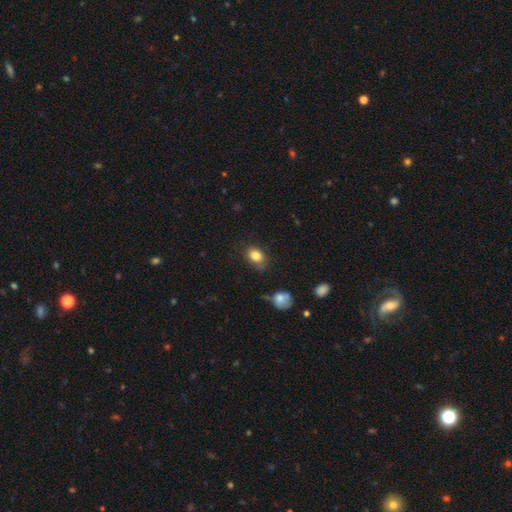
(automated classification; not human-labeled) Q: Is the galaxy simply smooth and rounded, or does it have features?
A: smooth — 83%.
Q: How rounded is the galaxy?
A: in between — 69%.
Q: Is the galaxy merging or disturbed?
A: none — 73%.